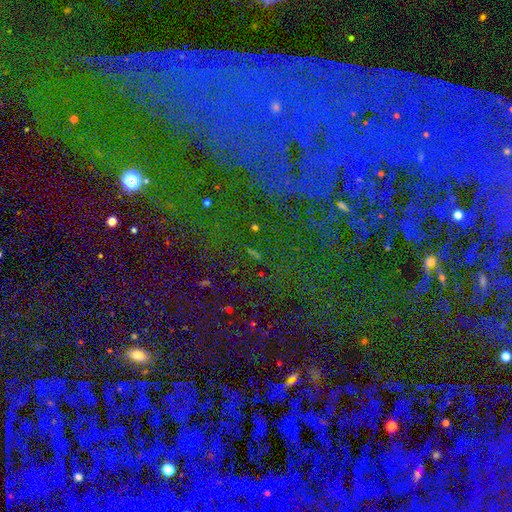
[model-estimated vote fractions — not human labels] This is clearly a star or artifact rather than a galaxy (84%).